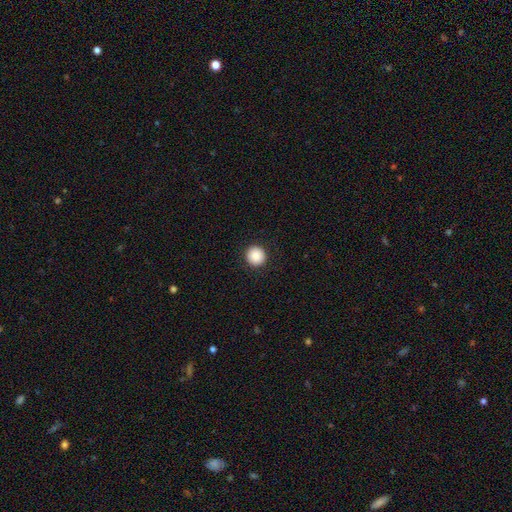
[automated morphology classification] Smooth or featured?
  - smooth: 89% *
  - star or artifact: 8%
  - featured or disk: 3%
How rounded?
  - round: 95% *
  - in between: 4%
  - cigar-shaped: 1%
Merging?
  - none: 92% *
  - minor disturbance: 5%
  - major disturbance: 2%
  - merger: 1%